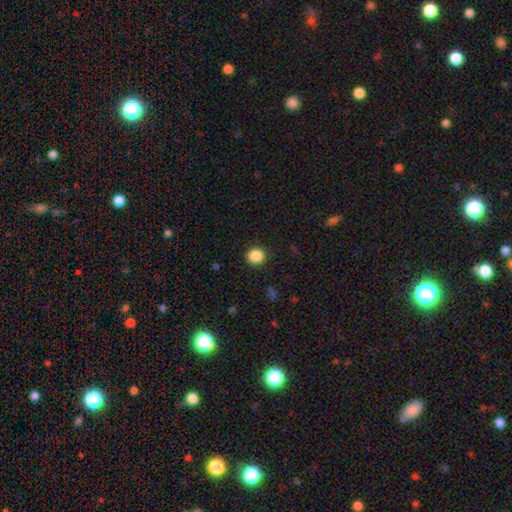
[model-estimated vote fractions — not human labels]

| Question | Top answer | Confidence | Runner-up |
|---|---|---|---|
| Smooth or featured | smooth | 87% | star or artifact (10%) |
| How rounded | round | 91% | in between (8%) |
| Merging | none | 91% | minor disturbance (6%) |